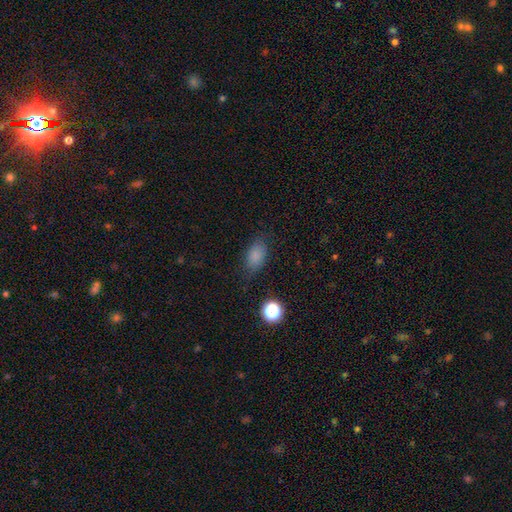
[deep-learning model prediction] The model was most divided on "merging": none: 77%, minor disturbance: 16%, major disturbance: 5%, merger: 2%. More confident: how rounded — in between (86%); smooth or featured — smooth (82%).